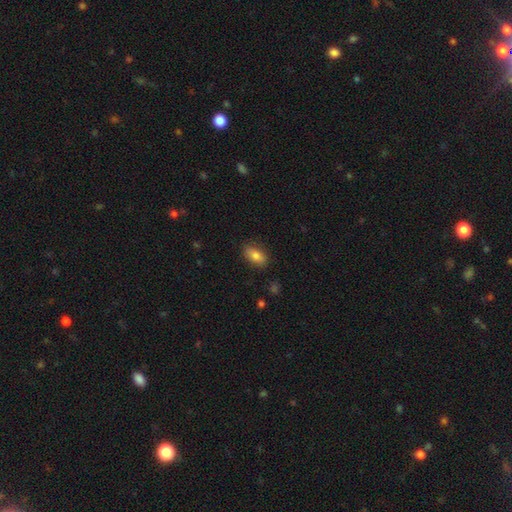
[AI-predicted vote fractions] Smooth or featured? Predicted: smooth (p=0.82). How rounded? Predicted: in between (p=0.89). Merging? Predicted: none (p=0.83).